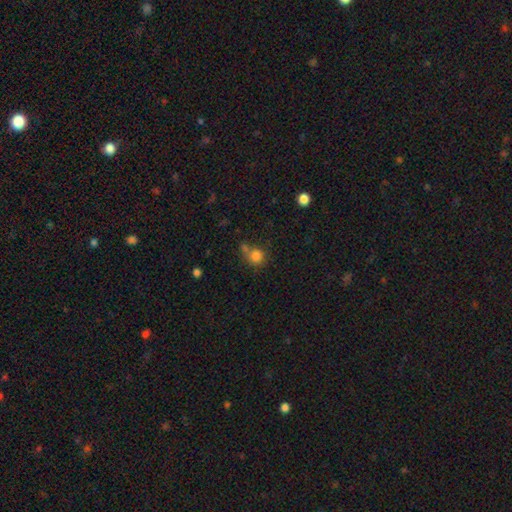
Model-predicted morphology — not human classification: smooth-or-featured: smooth: 81% | star or artifact: 12% | featured or disk: 7%
  how-rounded: round: 85% | in between: 14% | cigar-shaped: 1%
  merging: none: 53% | merger: 29% | minor disturbance: 13% | major disturbance: 6%